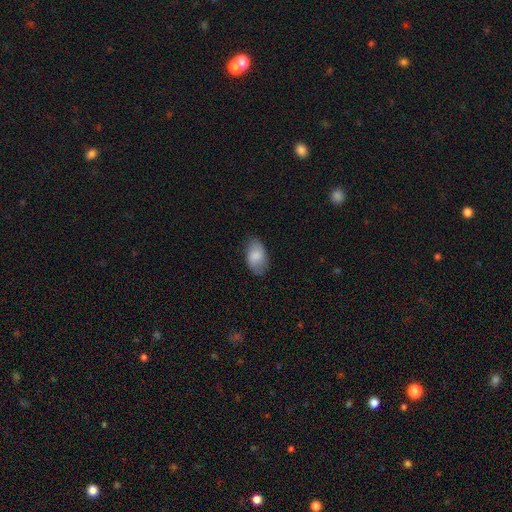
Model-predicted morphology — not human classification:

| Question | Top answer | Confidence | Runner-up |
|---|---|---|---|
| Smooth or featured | smooth | 82% | featured or disk (12%) |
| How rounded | in between | 93% | round (6%) |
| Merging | none | 77% | minor disturbance (18%) |